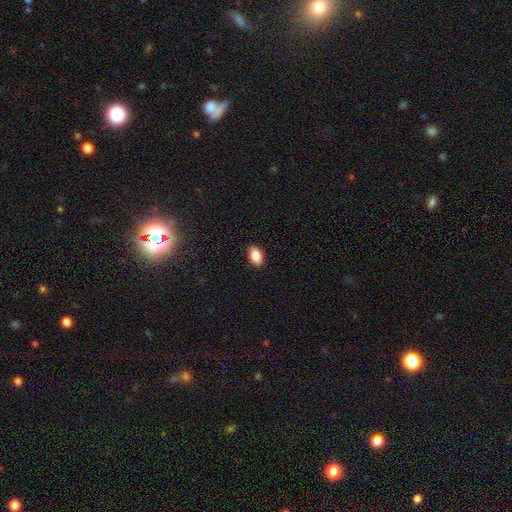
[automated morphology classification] Smooth or featured? Predicted: smooth (p=0.85). How rounded? Predicted: in between (p=0.91). Merging? Predicted: none (p=0.89).